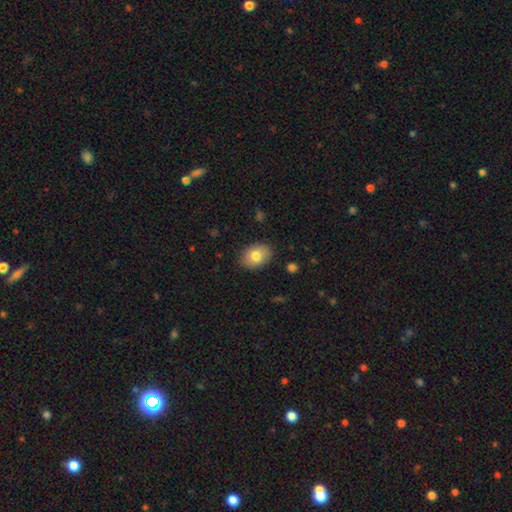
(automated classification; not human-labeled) The model was most divided on "how rounded": in between: 76%, round: 23%, cigar-shaped: 1%. More confident: merging — none (87%); smooth or featured — smooth (80%).